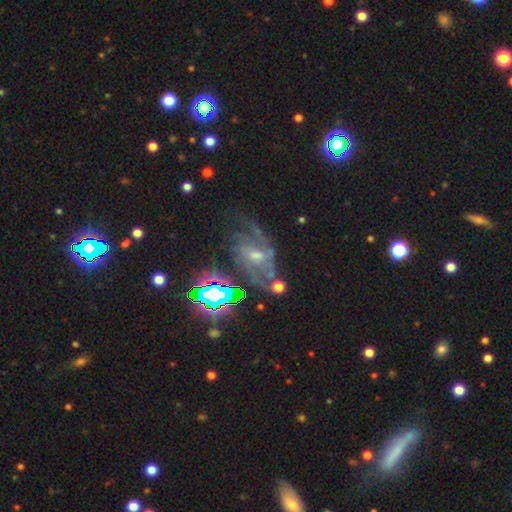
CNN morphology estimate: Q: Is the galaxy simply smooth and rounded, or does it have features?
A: featured or disk — 71%.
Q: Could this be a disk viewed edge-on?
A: no — 95%.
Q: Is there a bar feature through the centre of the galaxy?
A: weak — 44%.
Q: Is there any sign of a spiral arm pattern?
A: yes — 88%.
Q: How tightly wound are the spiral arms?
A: medium — 45%.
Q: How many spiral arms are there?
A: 2 — 43%.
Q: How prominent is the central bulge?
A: small — 46%.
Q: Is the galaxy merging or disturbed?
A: none — 49%.